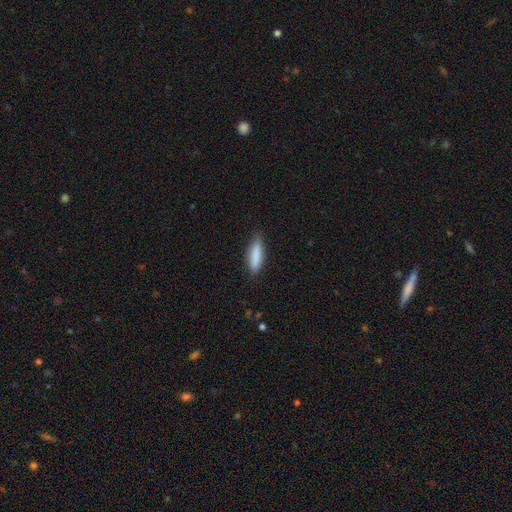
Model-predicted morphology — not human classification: Smooth or featured? Predicted: smooth (p=0.85). How rounded? Predicted: cigar-shaped (p=0.61). Merging? Predicted: none (p=0.84).